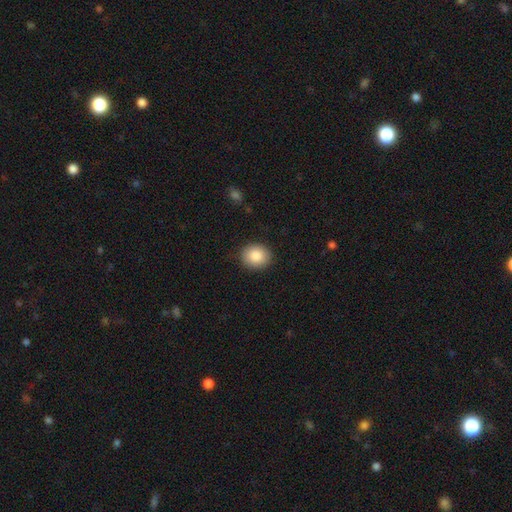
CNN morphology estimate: This is clearly a smooth galaxy (87%). How rounded: likely round (66%). Merging: clearly none (88%).